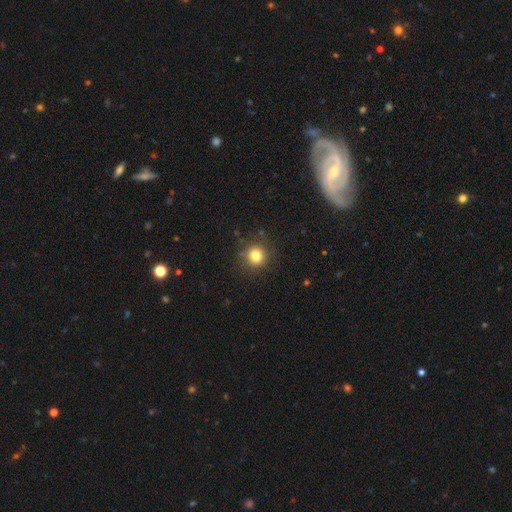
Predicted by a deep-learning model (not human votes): Smooth or featured? smooth (81%)
How rounded? round (92%)
Merging? none (88%)